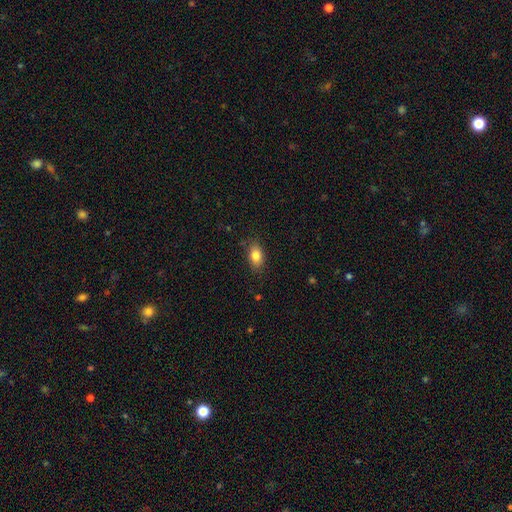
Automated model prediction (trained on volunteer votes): Morphology: type=smooth (84%); roundness=in between (87%); merging=none (84%).